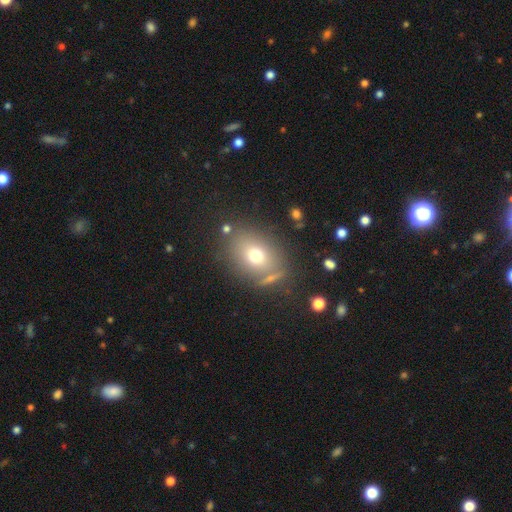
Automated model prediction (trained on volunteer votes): A smooth galaxy with no disk features (70%) that is in between round and cigar-shaped (56%). Merging: none (72%).